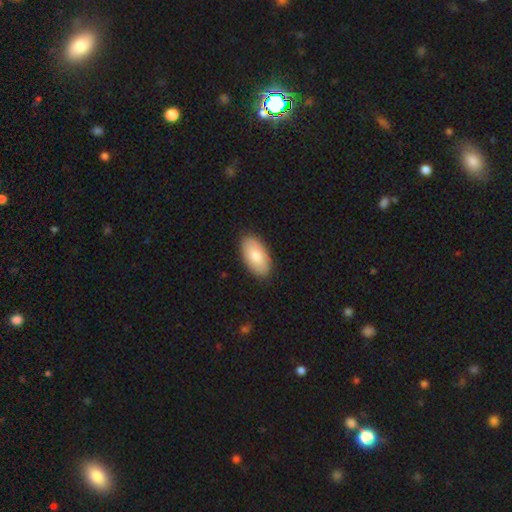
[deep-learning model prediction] Smooth or featured: smooth — 78% (featured or disk — 16%)
How rounded: in between — 95% (round — 3%)
Merging: none — 87% (minor disturbance — 10%)